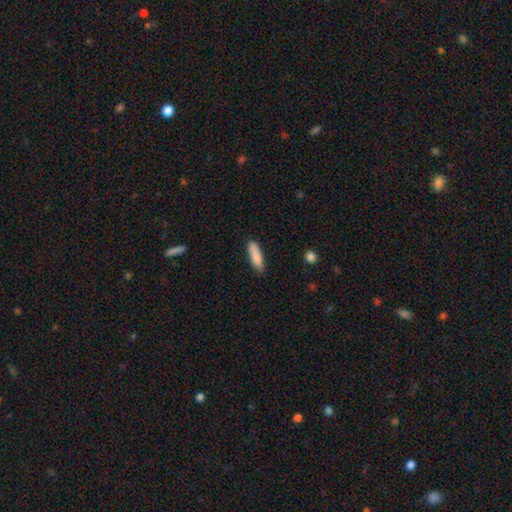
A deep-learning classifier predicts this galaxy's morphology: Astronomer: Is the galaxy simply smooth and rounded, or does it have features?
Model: smooth — 86%.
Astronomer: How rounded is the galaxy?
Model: cigar-shaped — 67%.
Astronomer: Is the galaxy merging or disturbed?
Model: none — 82%.